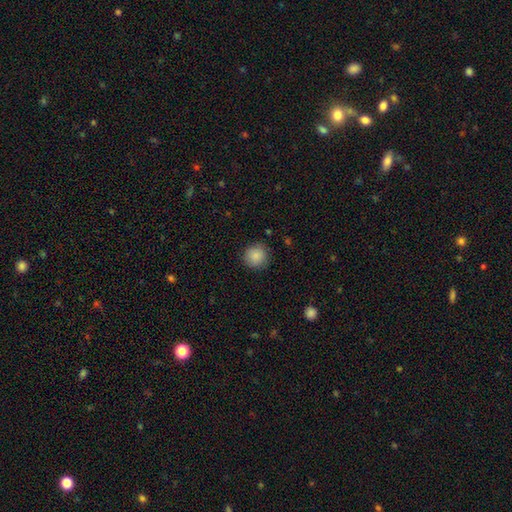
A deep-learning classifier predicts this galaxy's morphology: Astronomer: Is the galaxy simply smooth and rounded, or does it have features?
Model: smooth — 88%.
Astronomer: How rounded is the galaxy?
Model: round — 93%.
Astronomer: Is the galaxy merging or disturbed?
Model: none — 88%.